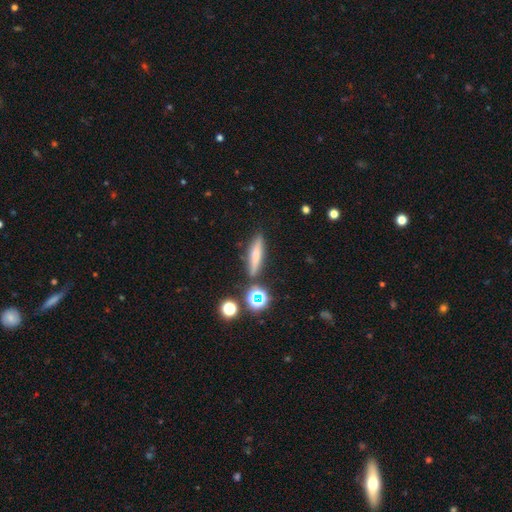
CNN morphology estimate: Q: Smooth or featured?
A: smooth (58%); runner-up: featured or disk (28%)
Q: How rounded?
A: cigar-shaped (78%); runner-up: in between (16%)
Q: Merging?
A: none (80%); runner-up: minor disturbance (11%)